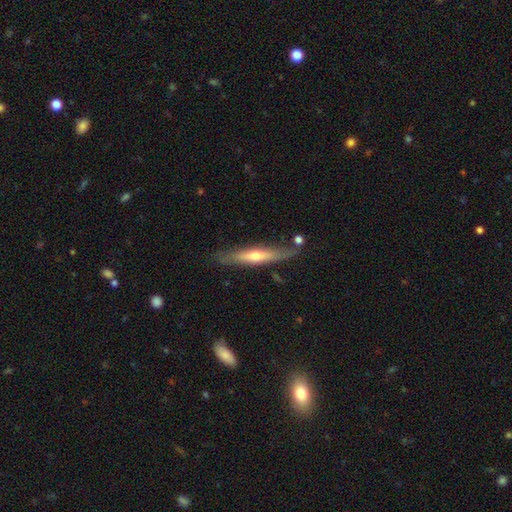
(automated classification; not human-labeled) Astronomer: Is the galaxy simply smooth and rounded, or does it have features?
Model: featured or disk — 58% (runner-up: smooth, 36%).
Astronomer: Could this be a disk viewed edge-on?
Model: yes — 89%.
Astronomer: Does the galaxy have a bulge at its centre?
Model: rounded — 80%.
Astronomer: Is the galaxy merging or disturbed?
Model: none — 77%.